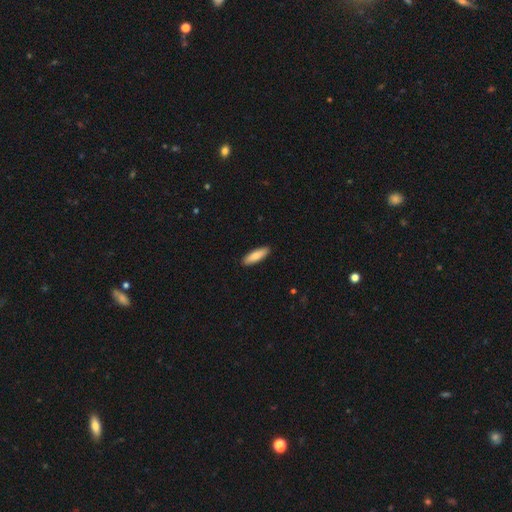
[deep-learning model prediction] Smooth or featured?
  - smooth: 81% *
  - featured or disk: 14%
  - star or artifact: 5%
How rounded?
  - cigar-shaped: 53% *
  - in between: 45%
  - round: 2%
Merging?
  - none: 91% *
  - minor disturbance: 7%
  - major disturbance: 1%
  - merger: 1%